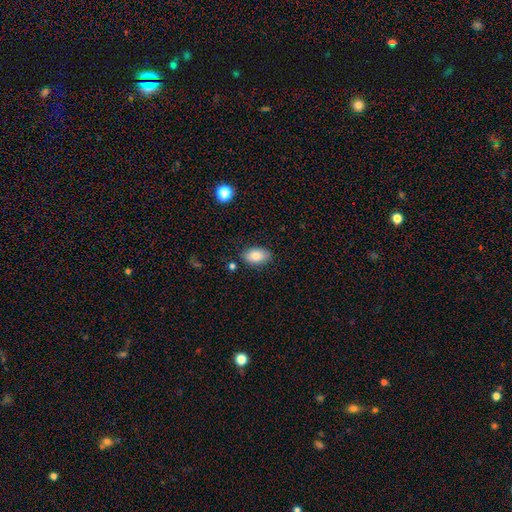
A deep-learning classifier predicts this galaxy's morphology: The model was most divided on "merging": none: 82%, minor disturbance: 13%, major disturbance: 3%, merger: 2%. More confident: how rounded — in between (89%); smooth or featured — smooth (83%).